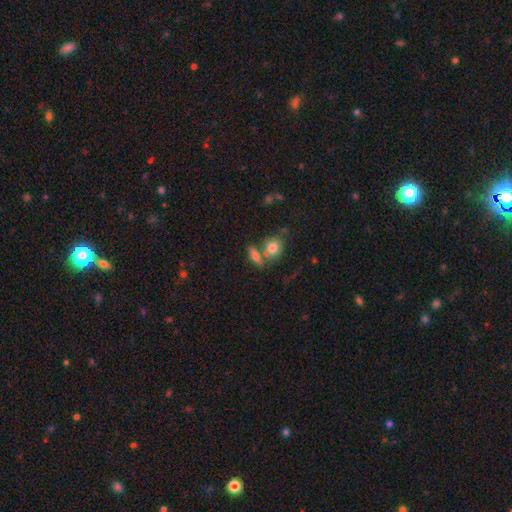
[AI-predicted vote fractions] This is likely a smooth galaxy (73%). How rounded: possibly in between (56%). Merging: possibly none (55%).